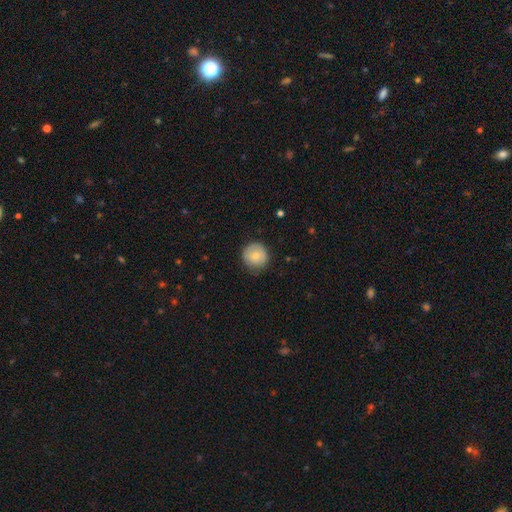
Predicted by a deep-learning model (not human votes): smooth-or-featured: smooth: 75% | featured or disk: 18% | star or artifact: 7%
  how-rounded: round: 93% | in between: 6% | cigar-shaped: 1%
  merging: none: 79% | minor disturbance: 17% | major disturbance: 3% | merger: 1%